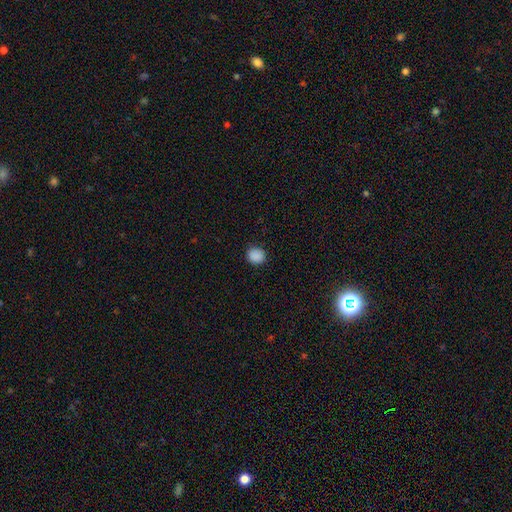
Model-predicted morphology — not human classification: smooth-or-featured: smooth: 88% | star or artifact: 10% | featured or disk: 2%
  how-rounded: round: 84% | in between: 15% | cigar-shaped: 1%
  merging: none: 90% | minor disturbance: 7% | major disturbance: 2% | merger: 1%